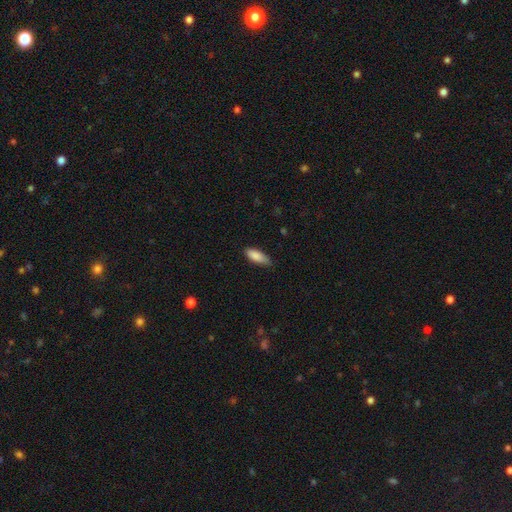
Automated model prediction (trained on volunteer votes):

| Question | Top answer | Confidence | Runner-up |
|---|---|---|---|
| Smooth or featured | smooth | 88% | featured or disk (6%) |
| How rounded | in between | 74% | cigar-shaped (24%) |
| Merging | none | 76% | minor disturbance (20%) |